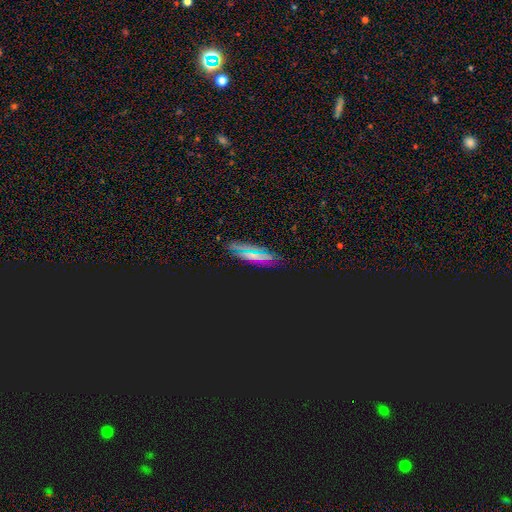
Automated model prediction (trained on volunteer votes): Smooth or featured?
  - smooth: 45% *
  - star or artifact: 38%
  - featured or disk: 17%
Merging?
  - none: 86% *
  - minor disturbance: 10%
  - major disturbance: 3%
  - merger: 2%